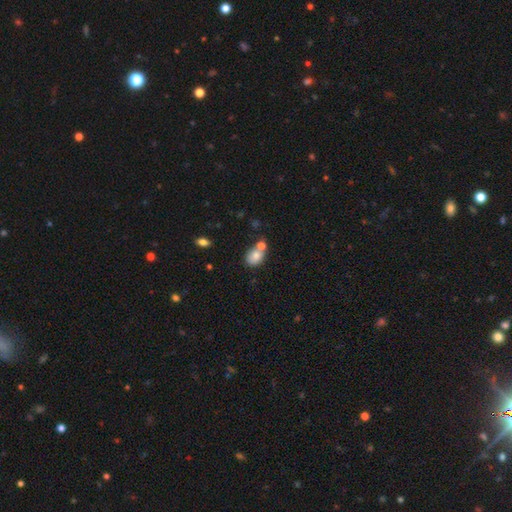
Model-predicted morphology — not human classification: Q: Smooth or featured?
A: smooth (78%); runner-up: featured or disk (13%)
Q: How rounded?
A: in between (65%); runner-up: round (33%)
Q: Merging?
A: none (43%); runner-up: merger (37%)